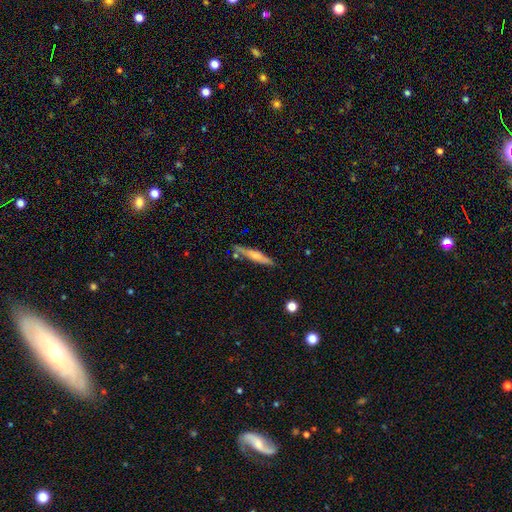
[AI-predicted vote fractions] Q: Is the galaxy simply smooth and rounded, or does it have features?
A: smooth — 53%.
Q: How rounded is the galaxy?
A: cigar-shaped — 90%.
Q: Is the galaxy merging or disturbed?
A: none — 80%.